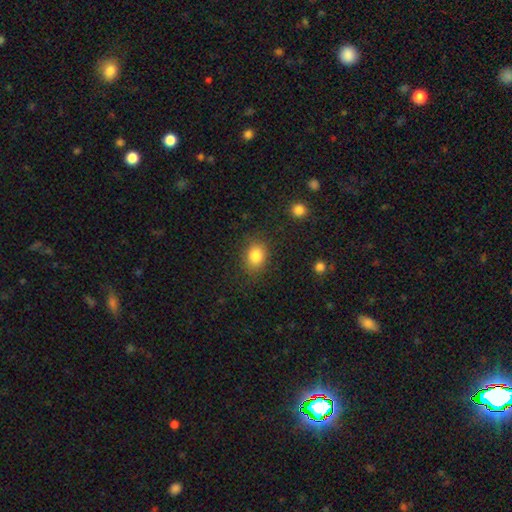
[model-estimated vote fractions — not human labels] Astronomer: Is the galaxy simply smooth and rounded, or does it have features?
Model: smooth — 84%.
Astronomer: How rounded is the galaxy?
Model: in between — 50% (runner-up: round, 49%).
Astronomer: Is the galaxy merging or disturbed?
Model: none — 82%.